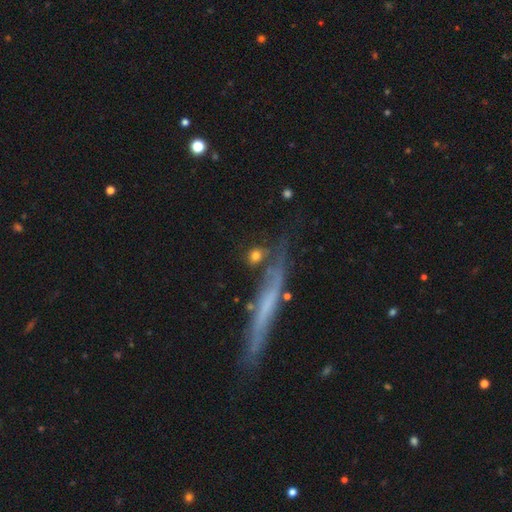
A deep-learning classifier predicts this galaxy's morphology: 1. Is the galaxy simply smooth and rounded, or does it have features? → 73% smooth, 17% featured or disk, 10% star or artifact.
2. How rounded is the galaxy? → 64% round, 24% in between, 13% cigar-shaped.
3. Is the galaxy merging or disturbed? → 66% none, 15% minor disturbance, 10% merger, 9% major disturbance.